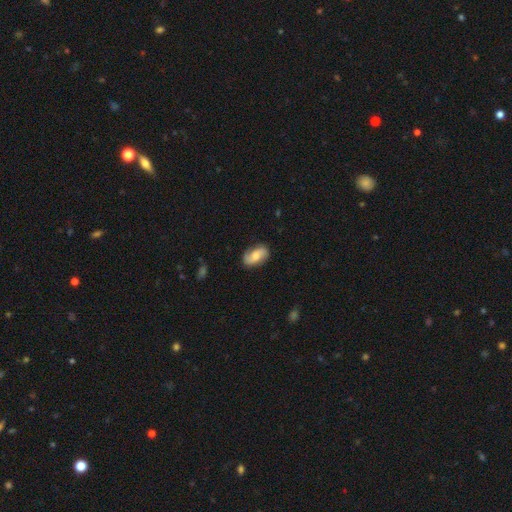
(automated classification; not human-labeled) This appears to be a featured or disk galaxy (51%). Merging: none (79%).